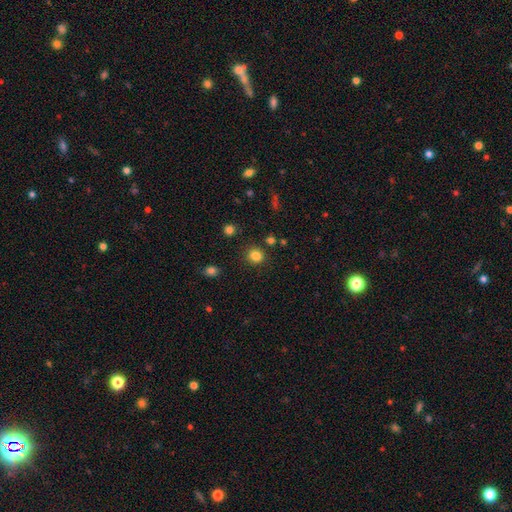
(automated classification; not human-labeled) Overall: smooth (83%). How rounded: round (84%). Merging: none (85%).